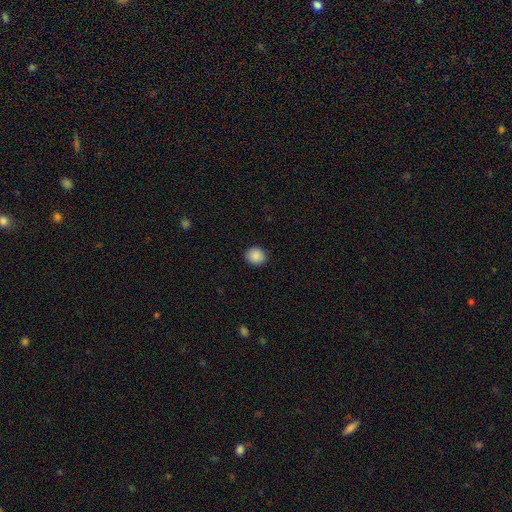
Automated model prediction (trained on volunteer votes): This appears to be a smooth galaxy with no disk features (89%) that is round (74%). Merging: none (90%).